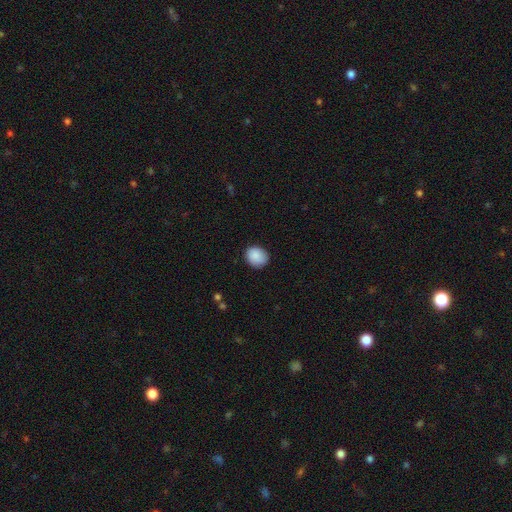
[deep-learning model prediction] Smooth or featured? Predicted: smooth (p=0.89). How rounded? Predicted: round (p=0.68). Merging? Predicted: none (p=0.84).